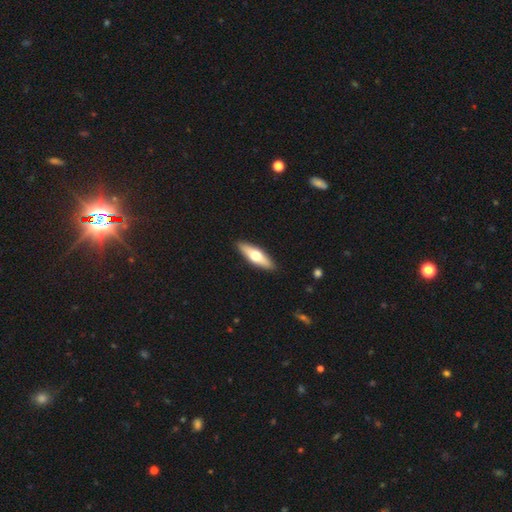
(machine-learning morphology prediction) Smooth or featured? smooth (54%)
How rounded? cigar-shaped (56%)
Merging? none (90%)